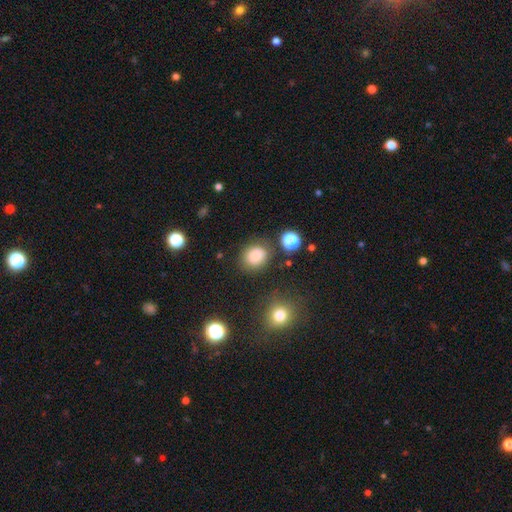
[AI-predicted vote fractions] This is likely a smooth galaxy (80%). How rounded: likely round (62%). Merging: likely none (78%).